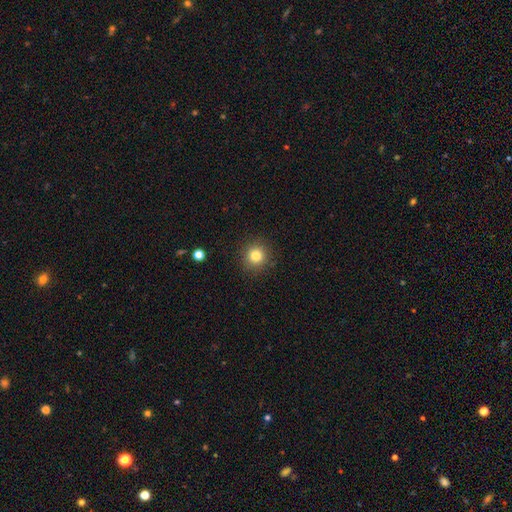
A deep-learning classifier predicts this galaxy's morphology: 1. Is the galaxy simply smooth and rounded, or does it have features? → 81% smooth, 12% star or artifact, 7% featured or disk.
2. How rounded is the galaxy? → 93% round, 6% in between, 1% cigar-shaped.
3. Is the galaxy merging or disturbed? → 90% none, 6% minor disturbance, 2% major disturbance, 1% merger.